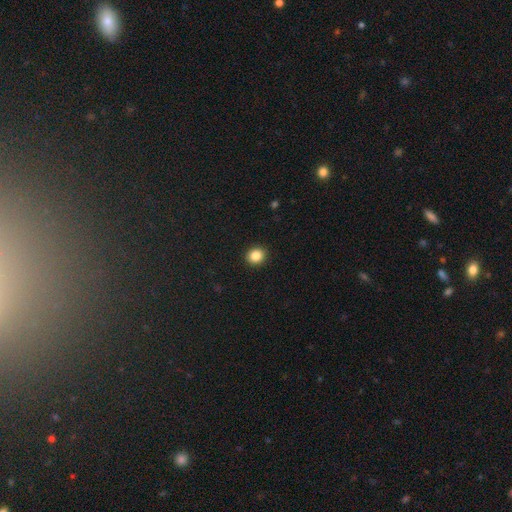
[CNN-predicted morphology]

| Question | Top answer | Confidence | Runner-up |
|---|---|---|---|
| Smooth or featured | smooth | 86% | star or artifact (10%) |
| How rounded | round | 81% | in between (18%) |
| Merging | none | 91% | minor disturbance (6%) |